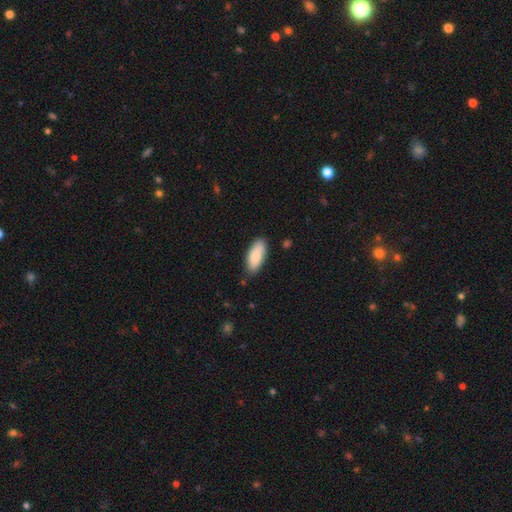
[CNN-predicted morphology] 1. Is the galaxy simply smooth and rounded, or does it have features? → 86% smooth, 8% featured or disk, 6% star or artifact.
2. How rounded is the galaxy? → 85% in between, 14% cigar-shaped, 2% round.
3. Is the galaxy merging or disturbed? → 80% none, 16% minor disturbance, 2% major disturbance, 2% merger.